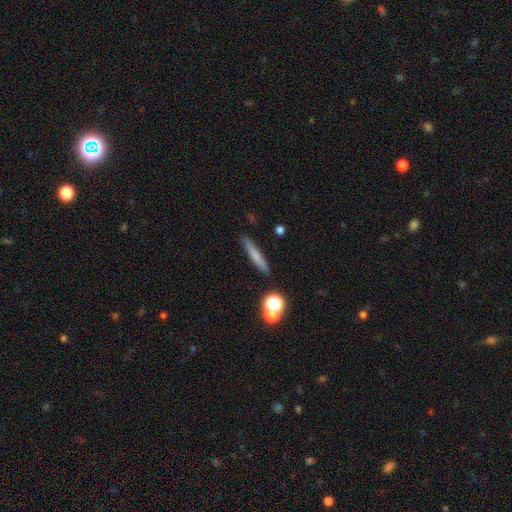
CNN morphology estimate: Smooth or featured? smooth (63%)
How rounded? cigar-shaped (89%)
Merging? none (84%)